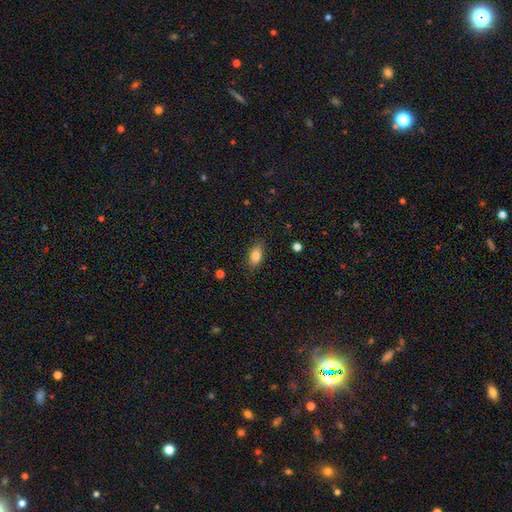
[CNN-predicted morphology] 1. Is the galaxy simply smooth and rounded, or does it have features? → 82% smooth, 10% featured or disk, 8% star or artifact.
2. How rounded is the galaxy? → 85% in between, 8% round, 7% cigar-shaped.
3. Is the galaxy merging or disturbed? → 84% none, 12% minor disturbance, 3% major disturbance, 1% merger.